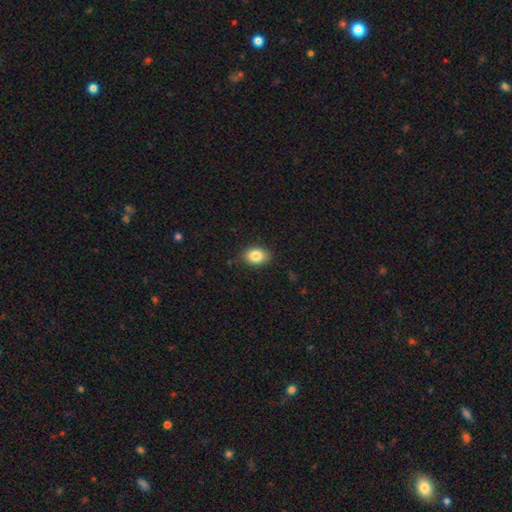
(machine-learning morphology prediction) This appears to be a smooth galaxy with no disk features (85%) that is in between round and cigar-shaped (64%). Merging: none (85%).